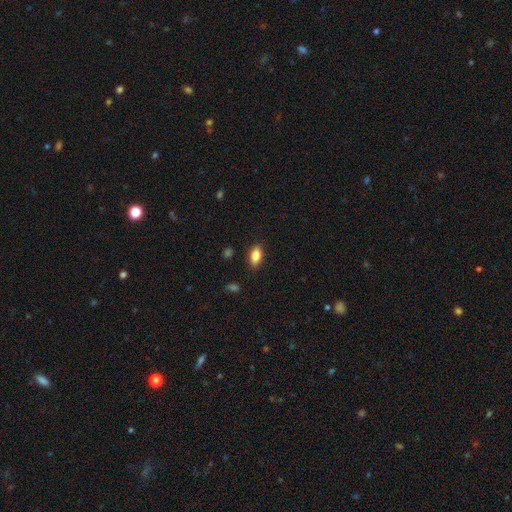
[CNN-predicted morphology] Overall: smooth (84%). How rounded: in between (88%). Merging: none (86%).